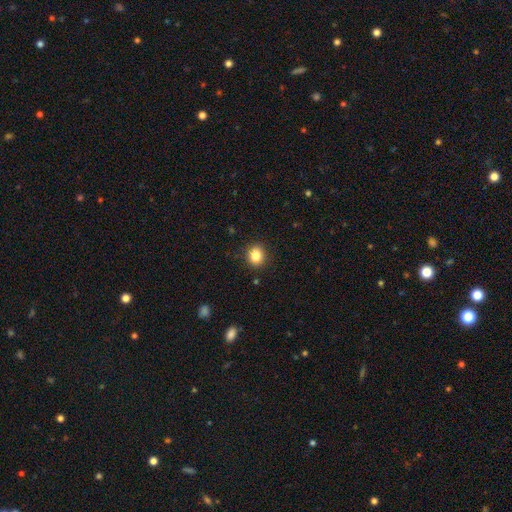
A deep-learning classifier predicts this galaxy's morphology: A smooth galaxy with no disk features (84%) that is round (63%).

Vote fractions:
- Smooth or featured? smooth: 84% / star or artifact: 10% / featured or disk: 5%
- How rounded? round: 63% / in between: 36% / cigar-shaped: 1%
- Merging? none: 89% / minor disturbance: 8% / major disturbance: 2% / merger: 1%